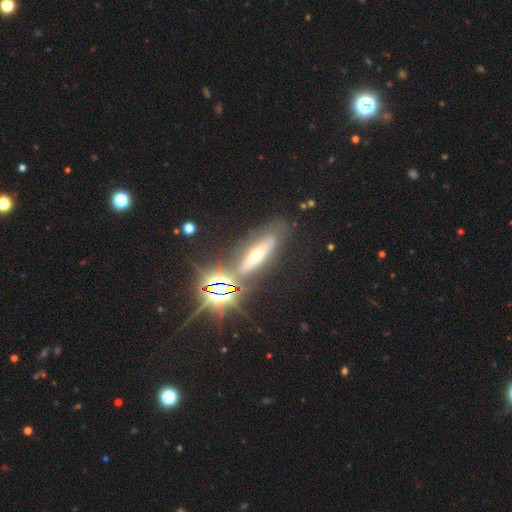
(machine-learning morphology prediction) This appears to be a featured or disk galaxy (42%). Merging: none (71%).